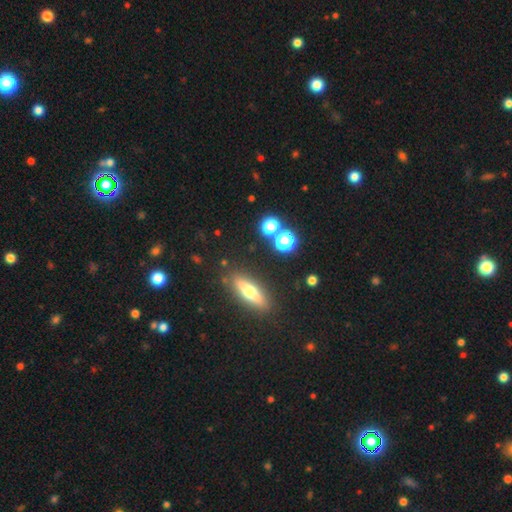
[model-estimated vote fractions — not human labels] smooth 49%, featured or disk 28%, star or artifact 23%. Down the decision tree: merging — none (83%).